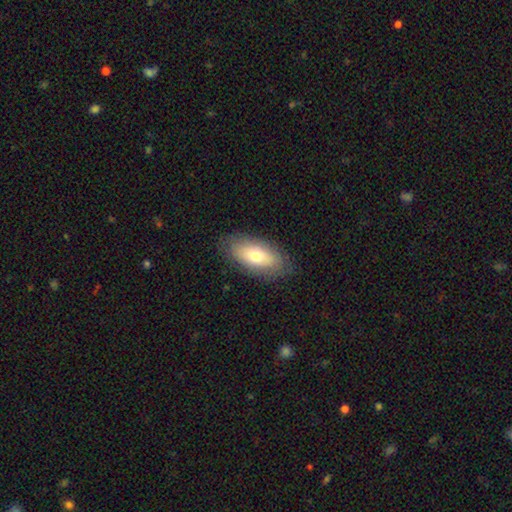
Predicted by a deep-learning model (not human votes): Smooth or featured: smooth — 67% (featured or disk — 26%)
How rounded: in between — 89% (cigar-shaped — 7%)
Merging: none — 82% (minor disturbance — 13%)